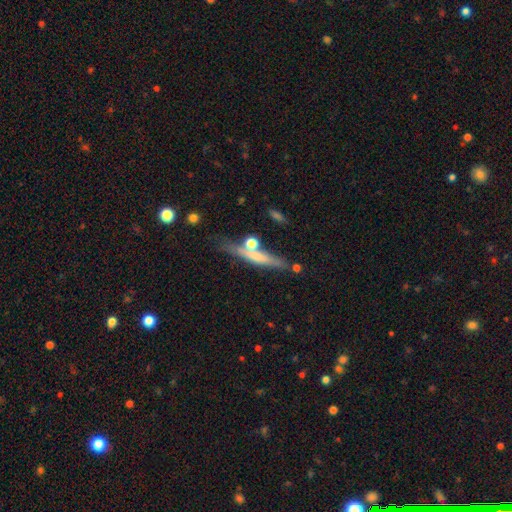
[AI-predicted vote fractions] Overall: smooth (46%; featured or disk 45%). Merging: none (70%).